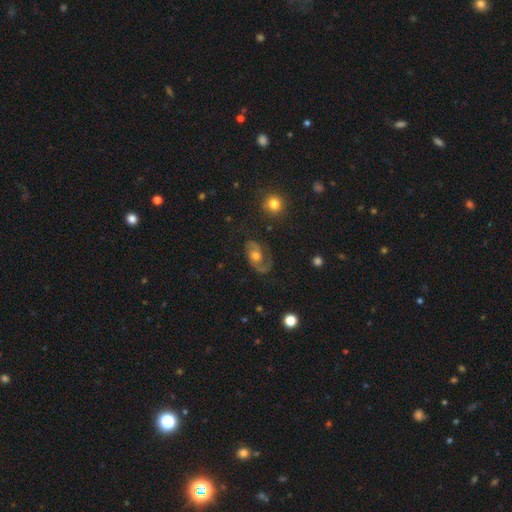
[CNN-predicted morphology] A featured or disk galaxy (78%) with no bar (69%), 2 (74%) medium (48%) spiral arms (92%) and a moderate central bulge (68%).

Vote fractions:
- Smooth or featured? featured or disk: 78% / smooth: 15% / star or artifact: 7%
- Edge-on disk? no: 97% / yes: 3%
- Bar? no: 69% / weak: 25% / strong: 5%
- Spiral arms? yes: 92% / no: 8%
- Spiral winding? medium: 48% / tight: 26% / loose: 26%
- Spiral arm count? 2: 74% / 1: 18% / can't tell: 5% / 3: 1% / 4: 1% / more than 4: 1%
- Bulge size? moderate: 68% / small: 17% / large: 11% / none: 2% / dominant: 1%
- Merging? none: 67% / minor disturbance: 18% / major disturbance: 13% / merger: 2%